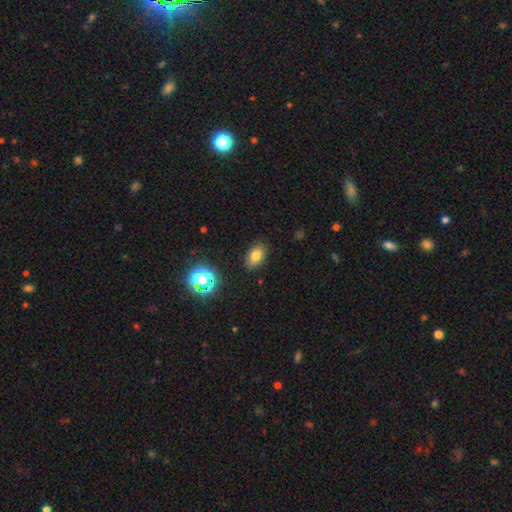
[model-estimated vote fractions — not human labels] A smooth galaxy with no disk features (78%) that is in between round and cigar-shaped (87%).

Vote fractions:
- Smooth or featured? smooth: 78% / star or artifact: 13% / featured or disk: 9%
- How rounded? in between: 87% / round: 11% / cigar-shaped: 2%
- Merging? none: 85% / minor disturbance: 11% / major disturbance: 3% / merger: 1%